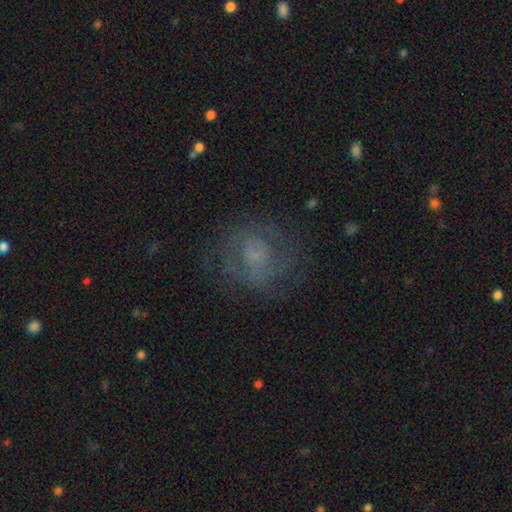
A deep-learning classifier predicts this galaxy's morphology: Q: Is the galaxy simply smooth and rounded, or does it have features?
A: featured or disk — 50%.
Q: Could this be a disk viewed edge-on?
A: no — 97%.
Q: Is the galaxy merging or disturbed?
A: none — 69%.